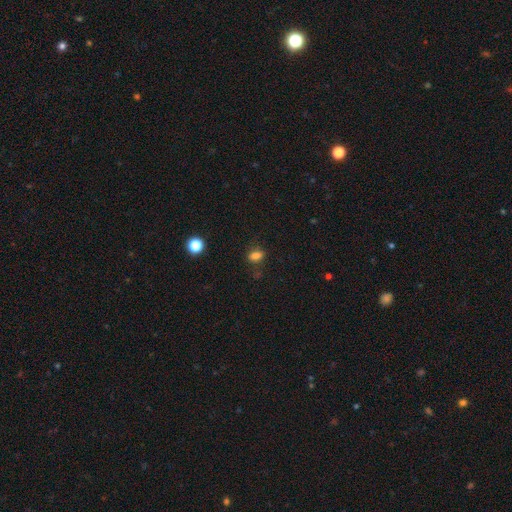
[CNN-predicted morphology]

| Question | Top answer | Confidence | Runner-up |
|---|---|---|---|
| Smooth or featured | smooth | 79% | star or artifact (16%) |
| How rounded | in between | 74% | round (23%) |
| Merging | none | 74% | minor disturbance (17%) |